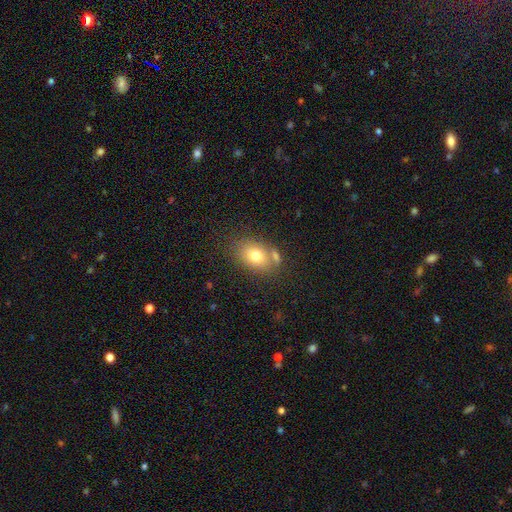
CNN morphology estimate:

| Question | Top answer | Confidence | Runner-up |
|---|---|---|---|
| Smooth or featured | smooth | 75% | featured or disk (15%) |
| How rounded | in between | 75% | round (23%) |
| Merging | none | 63% | merger (18%) |